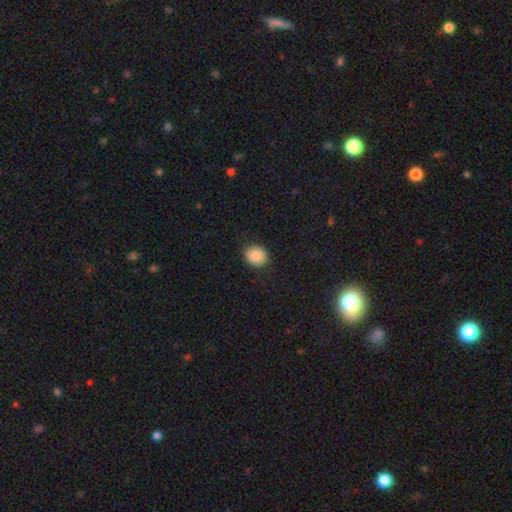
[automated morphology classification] Smooth or featured? smooth (87%)
How rounded? round (70%)
Merging? none (88%)